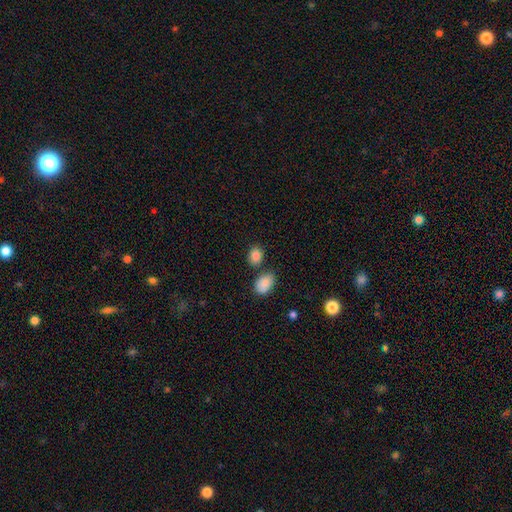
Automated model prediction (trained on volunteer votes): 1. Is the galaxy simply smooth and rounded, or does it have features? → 86% smooth, 9% star or artifact, 5% featured or disk.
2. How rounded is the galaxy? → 57% in between, 42% round, 1% cigar-shaped.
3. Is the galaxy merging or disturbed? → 73% none, 12% minor disturbance, 11% merger, 3% major disturbance.